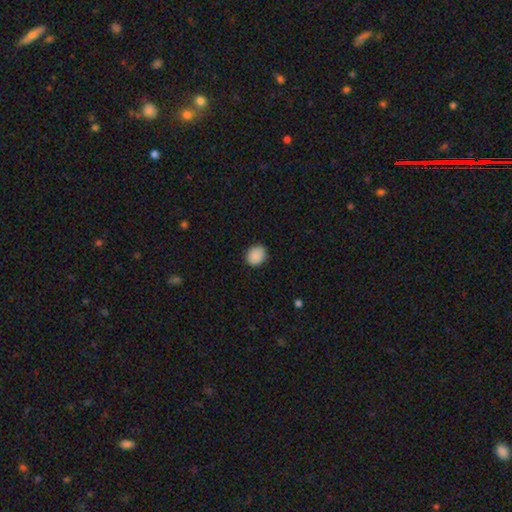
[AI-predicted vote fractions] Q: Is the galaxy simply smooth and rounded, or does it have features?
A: smooth — 88%.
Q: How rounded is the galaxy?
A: round — 64%.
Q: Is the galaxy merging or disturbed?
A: none — 84%.